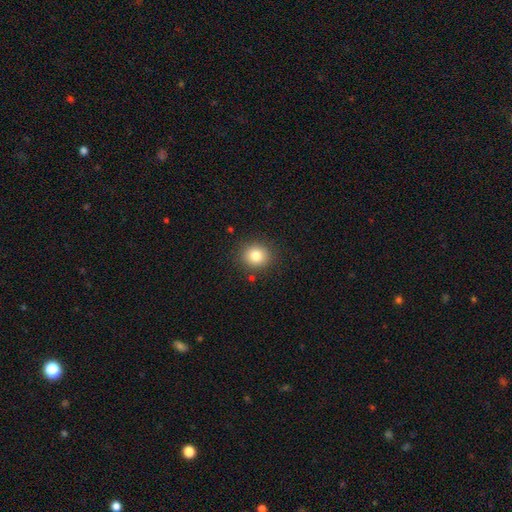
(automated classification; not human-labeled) Q: Smooth or featured?
A: smooth (82%); runner-up: star or artifact (11%)
Q: How rounded?
A: round (83%); runner-up: in between (16%)
Q: Merging?
A: none (88%); runner-up: minor disturbance (8%)